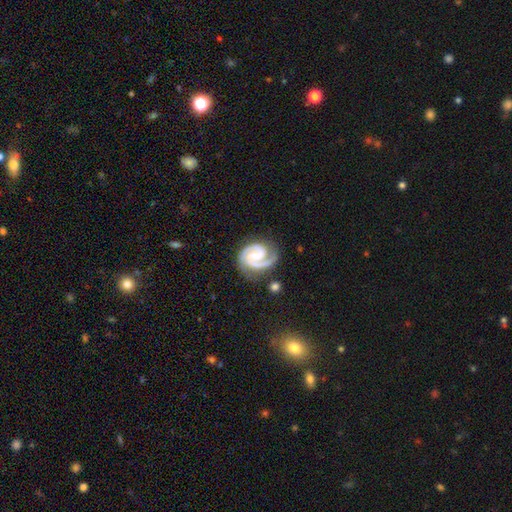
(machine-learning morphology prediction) This is clearly a featured or disk galaxy (93%). It is clearly not viewed edge-on (98%). Bar: possibly weak (48%). Spiral arm pattern: clearly yes (99%). Spiral arm count: clearly 2 (92%). Spiral winding: possibly tight (52%). Central bulge: possibly moderate (45%). Merging: likely none (78%).